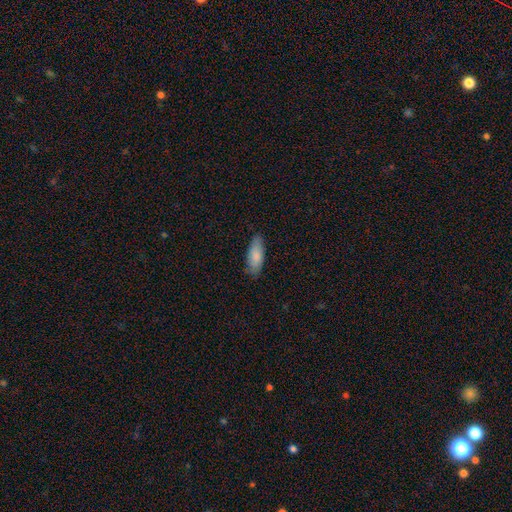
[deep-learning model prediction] A smooth galaxy with no disk features (83%) that is in between round and cigar-shaped (72%).

Vote fractions:
- Smooth or featured? smooth: 83% / featured or disk: 11% / star or artifact: 6%
- How rounded? in between: 72% / cigar-shaped: 27% / round: 2%
- Merging? none: 79% / minor disturbance: 17% / major disturbance: 3% / merger: 1%